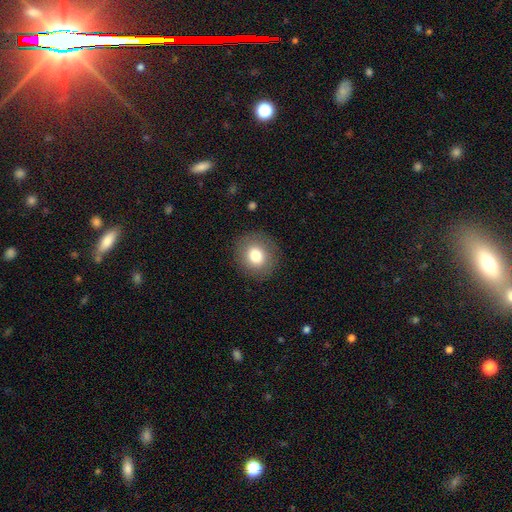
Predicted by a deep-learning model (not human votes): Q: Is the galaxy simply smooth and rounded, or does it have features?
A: smooth — 78%.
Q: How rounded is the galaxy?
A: round — 84%.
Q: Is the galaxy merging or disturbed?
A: none — 89%.